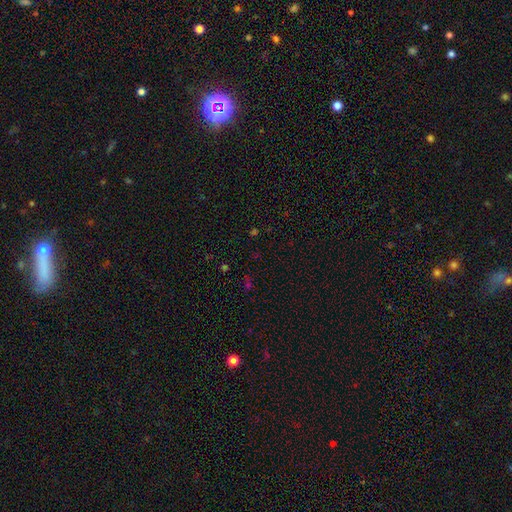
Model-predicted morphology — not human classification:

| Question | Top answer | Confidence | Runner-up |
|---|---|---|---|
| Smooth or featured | star or artifact | 58% | smooth (35%) |